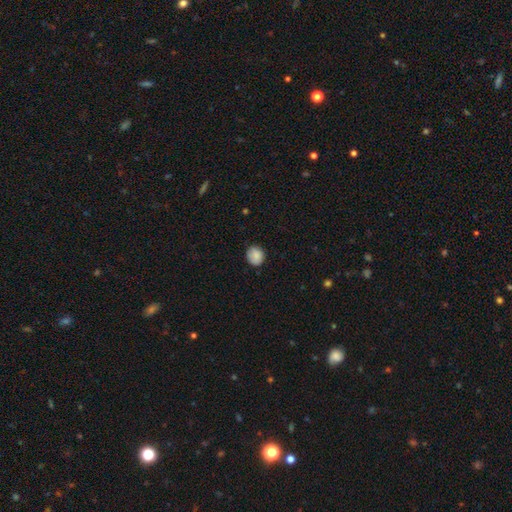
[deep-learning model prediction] Smooth or featured? smooth (85%)
How rounded? round (82%)
Merging? none (78%)